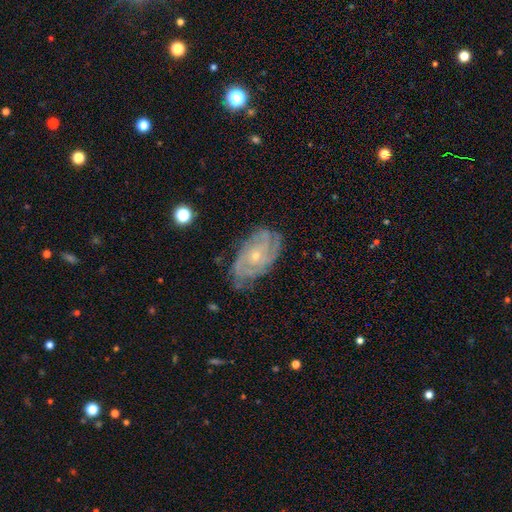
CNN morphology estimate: Smooth or featured?
  - featured or disk: 83% *
  - smooth: 10%
  - star or artifact: 7%
Edge-on disk?
  - no: 95% *
  - yes: 5%
Bar?
  - no: 76% *
  - weak: 20%
  - strong: 4%
Spiral arms?
  - yes: 95% *
  - no: 5%
Spiral winding?
  - tight: 65% *
  - medium: 28%
  - loose: 6%
Spiral arm count?
  - can't tell: 29% *
  - 3: 23%
  - 2: 19%
  - 4: 17%
  - more than 4: 6%
  - 1: 6%
Bulge size?
  - small: 71% *
  - moderate: 26%
  - none: 1%
  - large: 1%
  - dominant: 1%
Merging?
  - none: 73% *
  - minor disturbance: 20%
  - major disturbance: 5%
  - merger: 1%